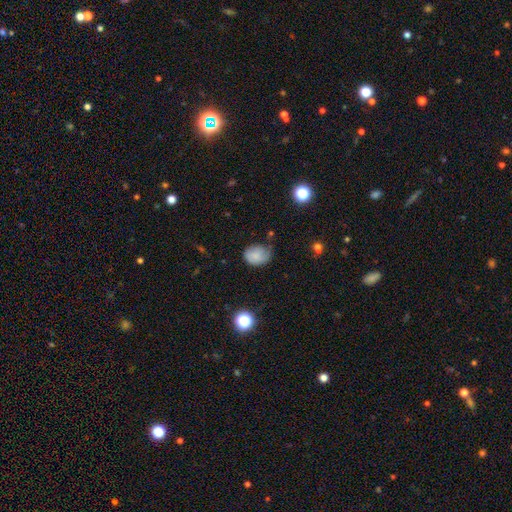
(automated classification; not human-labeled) Smooth or featured? Predicted: smooth (p=0.78). How rounded? Predicted: in between (p=0.54). Merging? Predicted: none (p=0.49).